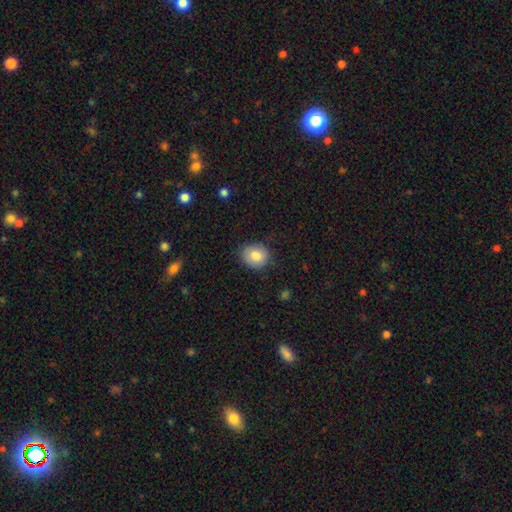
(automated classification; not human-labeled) Overall: smooth (81%). How rounded: round (75%). Merging: none (83%).